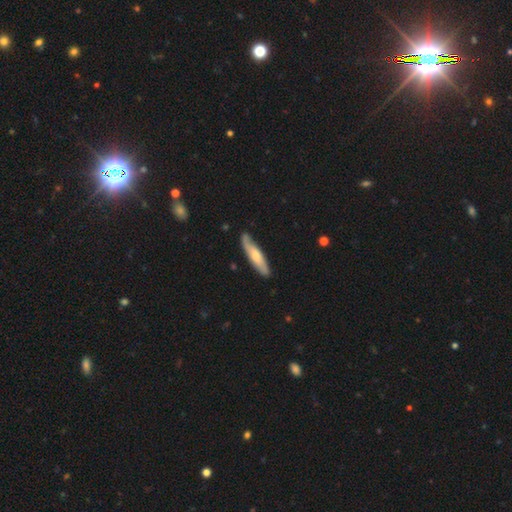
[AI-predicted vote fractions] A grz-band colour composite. It shows a smooth galaxy with no disk features (53%) that is cigar-shaped (80%). Merging: none (81%).